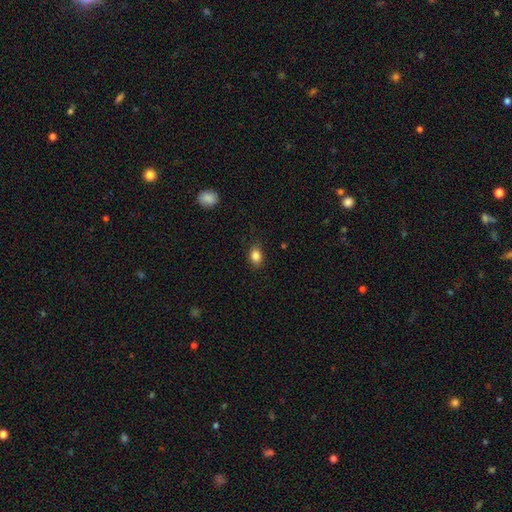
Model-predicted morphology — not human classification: A smooth galaxy with no disk features (85%) that is in between round and cigar-shaped (64%). Merging: none (83%).